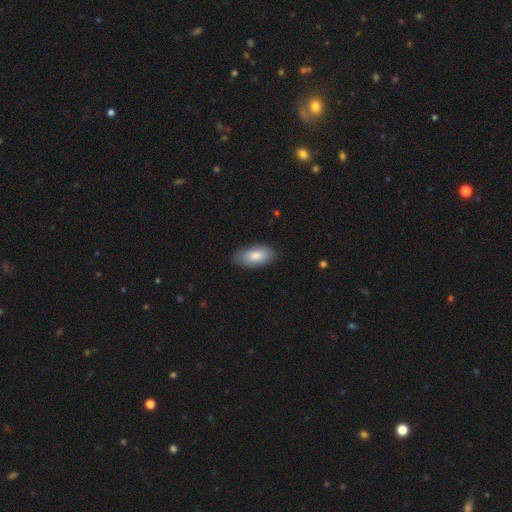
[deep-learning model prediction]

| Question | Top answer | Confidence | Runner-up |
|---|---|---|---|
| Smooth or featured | smooth | 83% | featured or disk (11%) |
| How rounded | in between | 92% | cigar-shaped (6%) |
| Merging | none | 83% | minor disturbance (13%) |